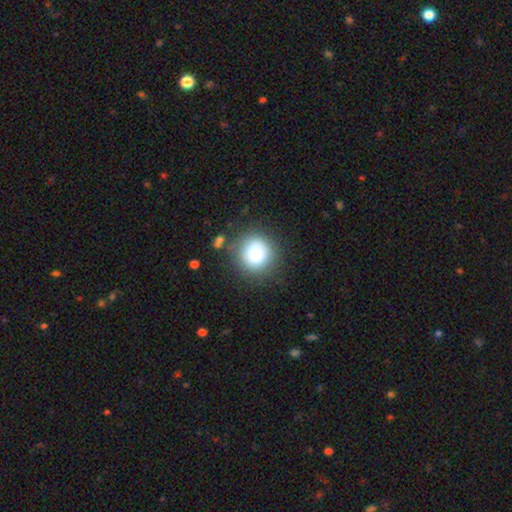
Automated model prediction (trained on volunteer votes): Smooth or featured? Predicted: smooth (p=0.83). How rounded? Predicted: round (p=0.92). Merging? Predicted: none (p=0.81).